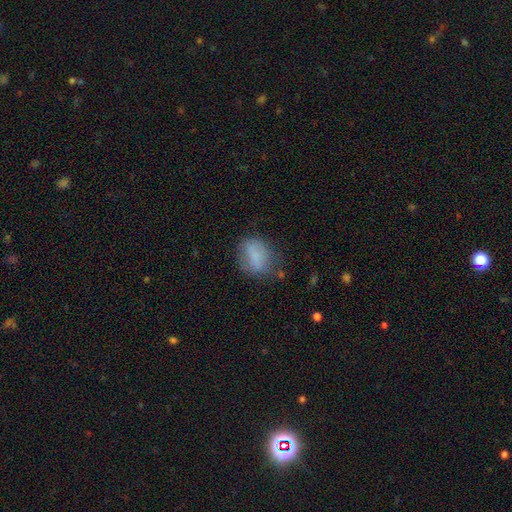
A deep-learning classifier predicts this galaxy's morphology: smooth_or_featured: smooth (p=0.73) [alt: featured or disk p=0.18]
how_rounded: in between (p=0.64) [alt: round p=0.33]
merging: none (p=0.61) [alt: minor disturbance p=0.25]